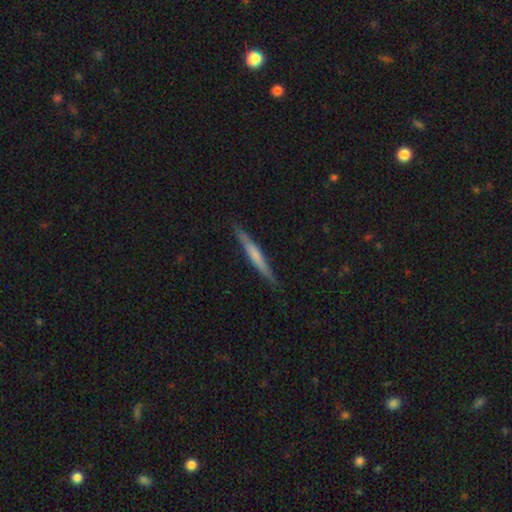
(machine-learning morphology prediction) Smooth or featured?
  - smooth: 51% *
  - featured or disk: 44%
  - star or artifact: 5%
How rounded?
  - cigar-shaped: 95% *
  - in between: 4%
  - round: 1%
Merging?
  - none: 86% *
  - minor disturbance: 11%
  - major disturbance: 2%
  - merger: 1%